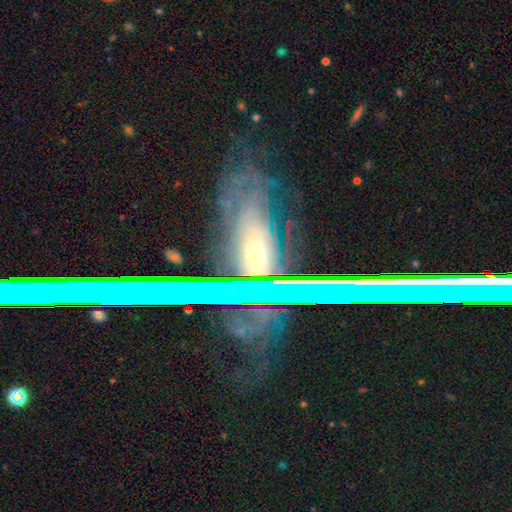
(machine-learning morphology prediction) smooth_or_featured: featured or disk (p=0.55) [alt: star or artifact p=0.25]
disk_edge_on: yes (p=0.53) [alt: no p=0.47]
merging: none (p=0.64) [alt: minor disturbance p=0.18]